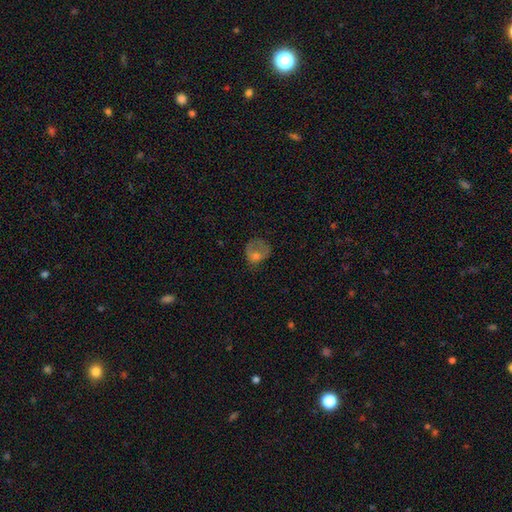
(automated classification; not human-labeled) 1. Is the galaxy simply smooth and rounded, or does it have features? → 56% smooth, 31% featured or disk, 13% star or artifact.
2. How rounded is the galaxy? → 60% round, 39% in between, 1% cigar-shaped.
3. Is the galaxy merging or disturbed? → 37% major disturbance, 35% none, 26% minor disturbance, 3% merger.